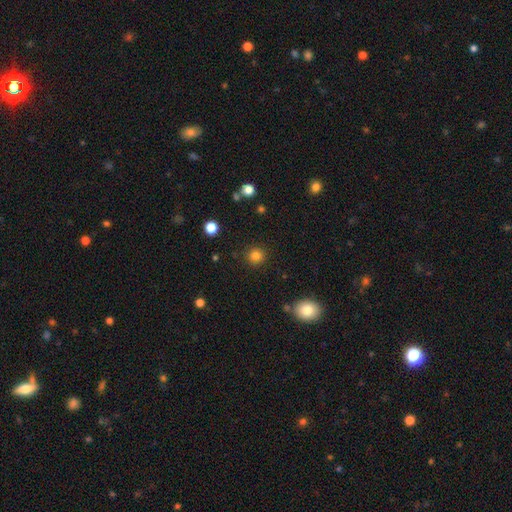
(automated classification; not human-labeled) Overall: smooth (83%). How rounded: round (93%). Merging: none (90%).